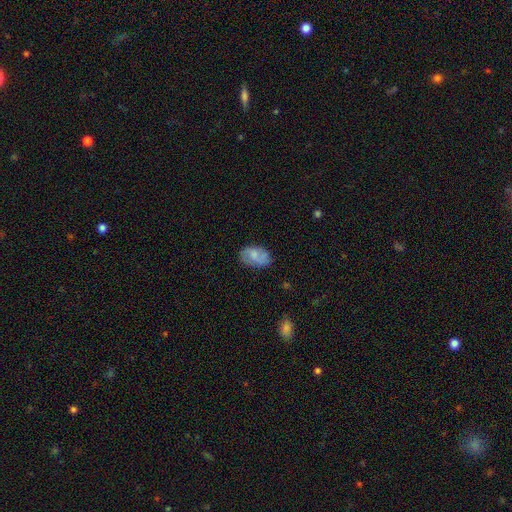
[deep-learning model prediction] Morphology: type=smooth (64%); roundness=in between (89%); merging=none (67%).